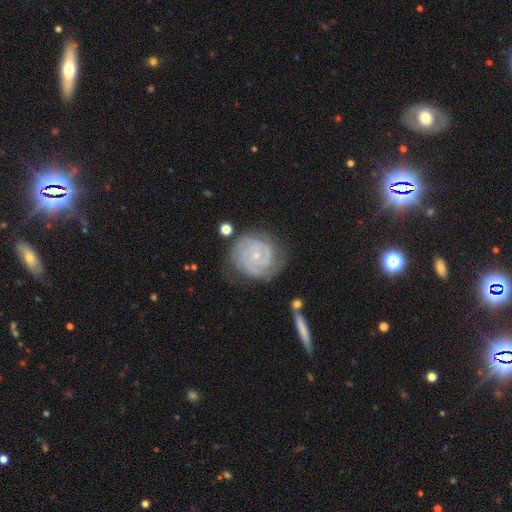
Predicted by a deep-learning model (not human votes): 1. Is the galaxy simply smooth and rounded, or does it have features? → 87% featured or disk, 8% smooth, 5% star or artifact.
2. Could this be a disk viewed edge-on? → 98% no, 2% yes.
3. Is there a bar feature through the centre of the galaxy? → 75% no, 20% weak, 5% strong.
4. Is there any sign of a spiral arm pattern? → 97% yes, 3% no.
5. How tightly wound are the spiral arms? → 79% tight, 18% medium, 3% loose.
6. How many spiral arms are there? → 46% 2, 22% 3, 16% can't tell, 7% 4, 4% 1, 4% more than 4.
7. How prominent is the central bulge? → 83% small, 12% moderate, 3% none, 1% large, 1% dominant.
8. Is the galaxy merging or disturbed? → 72% none, 18% minor disturbance, 7% major disturbance, 3% merger.